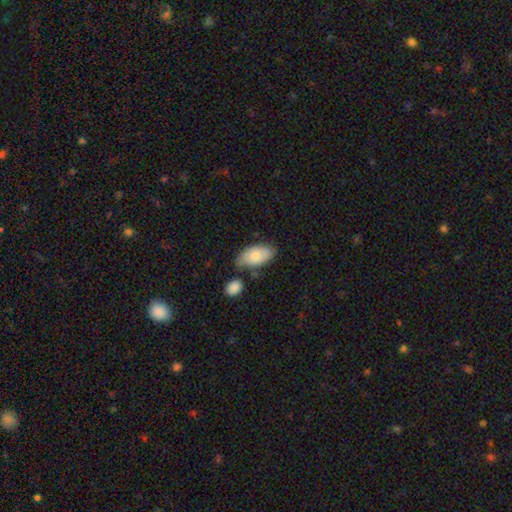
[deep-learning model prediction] smooth-or-featured: smooth: 71% | featured or disk: 23% | star or artifact: 6%
  how-rounded: in between: 94% | round: 4% | cigar-shaped: 2%
  merging: none: 54% | minor disturbance: 24% | merger: 15% | major disturbance: 7%